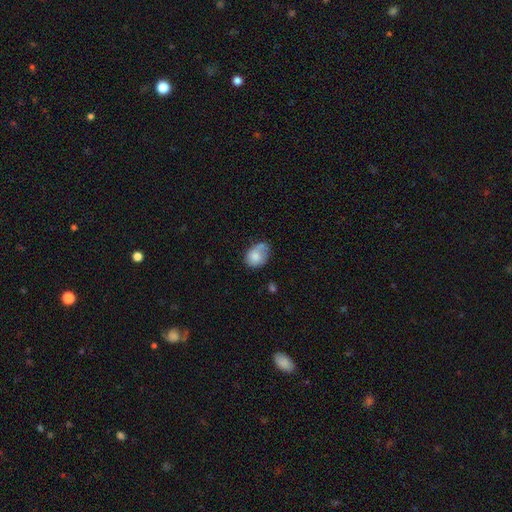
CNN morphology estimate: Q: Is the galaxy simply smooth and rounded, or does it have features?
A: smooth — 72%.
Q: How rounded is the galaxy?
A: in between — 66%.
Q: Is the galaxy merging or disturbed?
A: none — 36%.